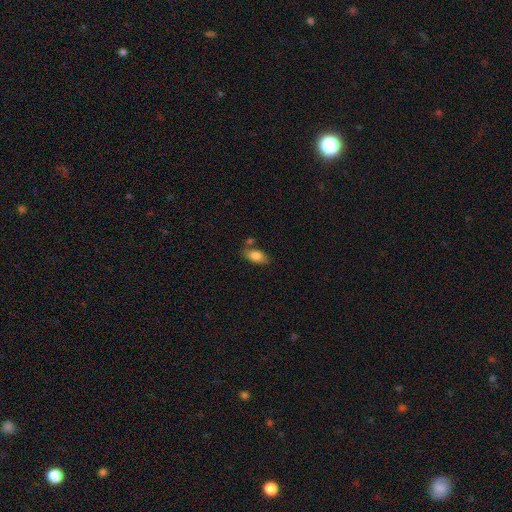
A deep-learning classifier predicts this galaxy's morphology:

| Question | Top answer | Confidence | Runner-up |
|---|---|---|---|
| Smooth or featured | smooth | 81% | featured or disk (12%) |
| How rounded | in between | 90% | cigar-shaped (6%) |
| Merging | none | 69% | minor disturbance (16%) |